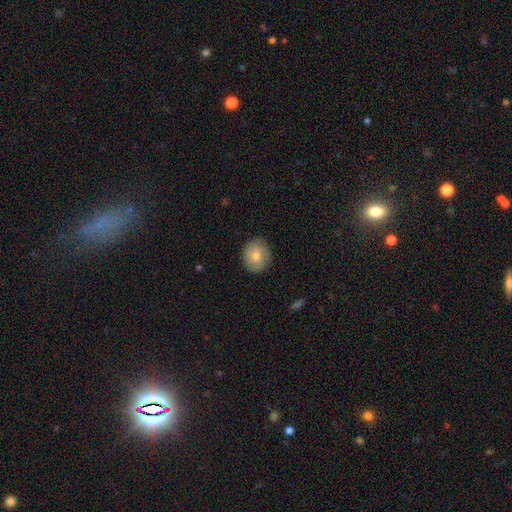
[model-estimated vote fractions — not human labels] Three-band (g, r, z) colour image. It shows a smooth galaxy with no disk features (78%) that is round (76%). Merging: none (86%).